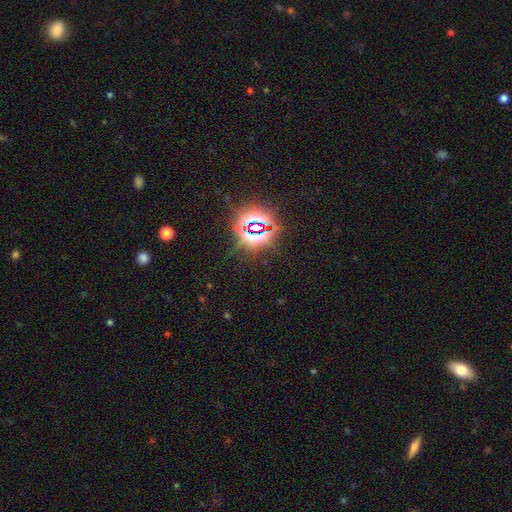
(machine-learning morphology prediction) Overall: star or artifact (83%).